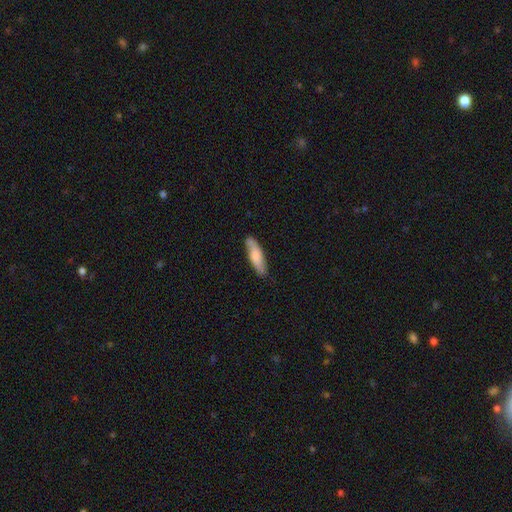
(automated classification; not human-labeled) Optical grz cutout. It shows a smooth galaxy with no disk features (63%) that is cigar-shaped (58%). Merging: none (79%).